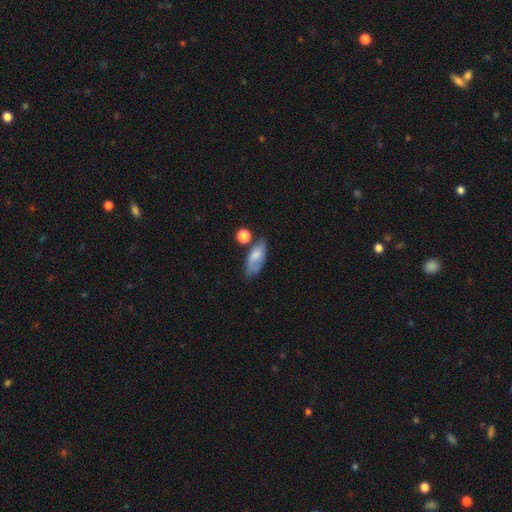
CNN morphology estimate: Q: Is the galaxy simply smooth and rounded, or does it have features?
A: smooth — 70%.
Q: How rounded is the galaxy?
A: in between — 84%.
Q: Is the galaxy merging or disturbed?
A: none — 54%.